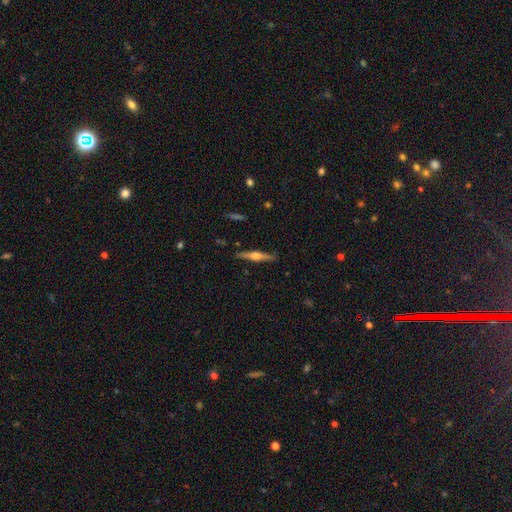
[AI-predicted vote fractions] This is likely a featured or disk galaxy (71%). It is clearly viewed edge-on (98%). Edge-on bulge: clearly rounded (90%). Merging: clearly none (89%).